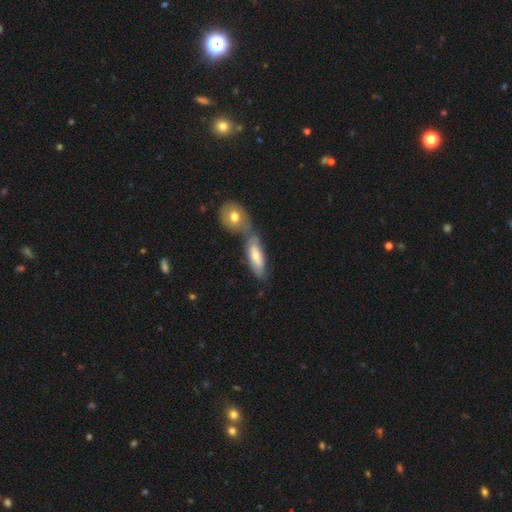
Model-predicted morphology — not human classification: The model was most divided on "merging": merger: 48%, none: 35%, minor disturbance: 12%, major disturbance: 4%. More confident: how rounded — in between (59%); smooth or featured — smooth (57%).